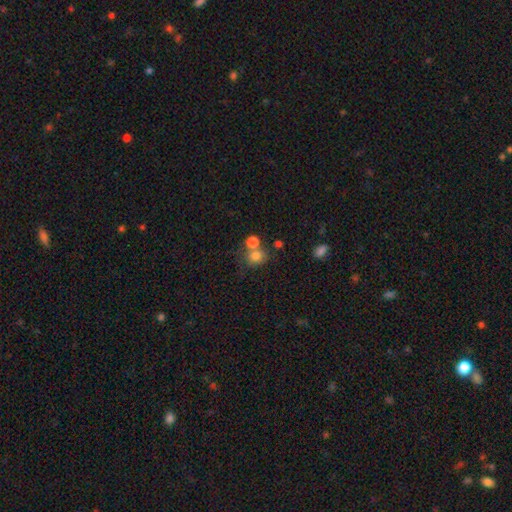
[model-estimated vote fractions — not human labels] smooth 78%, star or artifact 13%, featured or disk 9%. Down the decision tree: how rounded — round (72%); merging — none (49%).